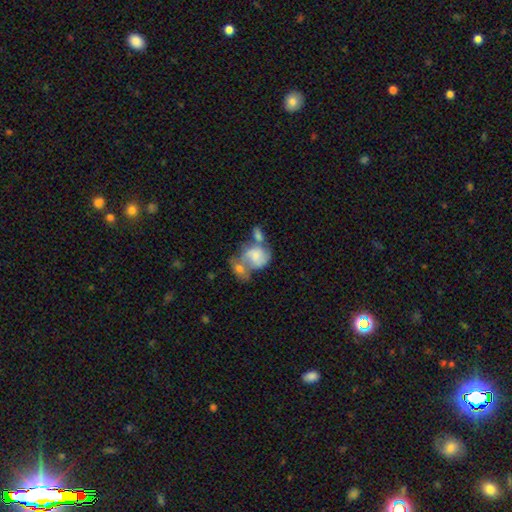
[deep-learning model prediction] Smooth or featured? smooth (48%)
Merging? merger (56%)